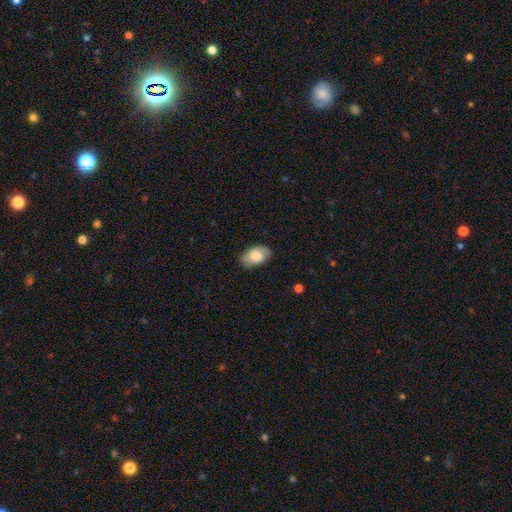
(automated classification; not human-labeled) Smooth or featured? smooth (75%)
How rounded? in between (93%)
Merging? none (80%)